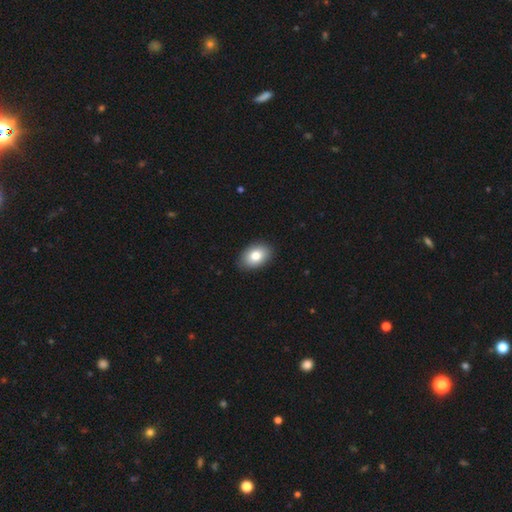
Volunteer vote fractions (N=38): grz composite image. It shows a smooth galaxy with no disk features (84%) that is in between round and cigar-shaped (91%). Merging: none (83%).